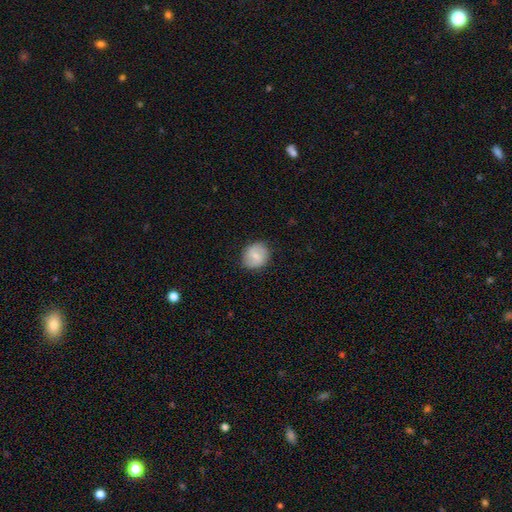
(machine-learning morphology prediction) The model was most divided on "smooth or featured": smooth: 69%, featured or disk: 24%, star or artifact: 7%. More confident: merging — none (84%); how rounded — round (74%).